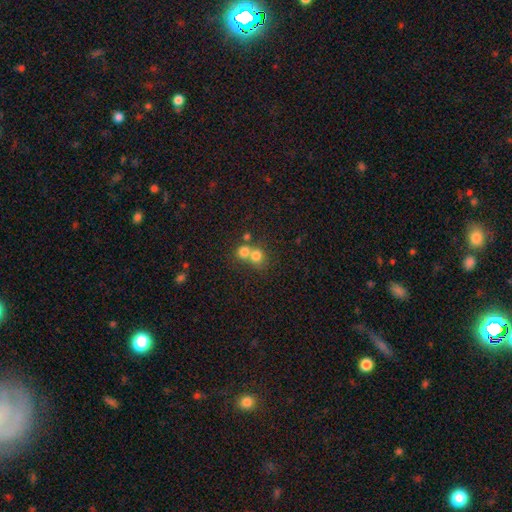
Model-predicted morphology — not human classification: Smooth or featured? smooth (76%)
How rounded? round (79%)
Merging? merger (57%)